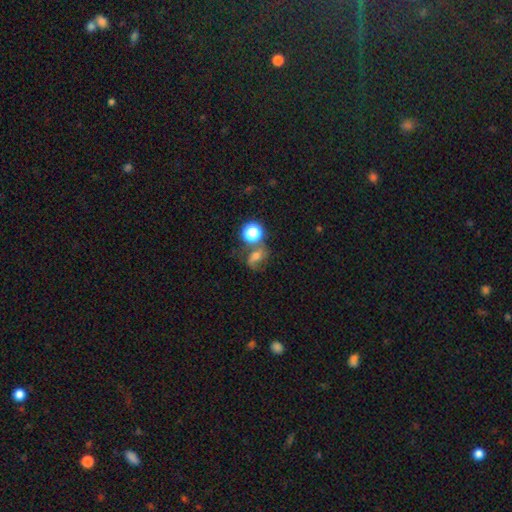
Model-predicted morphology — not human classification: The model was most divided on "smooth or featured": featured or disk: 41%, smooth: 38%, star or artifact: 21%. More confident: merging — none (54%).